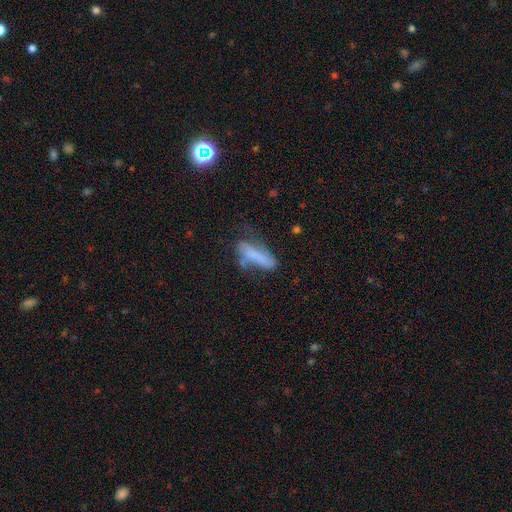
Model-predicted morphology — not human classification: Q: Smooth or featured?
A: smooth (60%); runner-up: featured or disk (30%)
Q: How rounded?
A: cigar-shaped (52%); runner-up: in between (45%)
Q: Merging?
A: none (36%); runner-up: minor disturbance (29%)